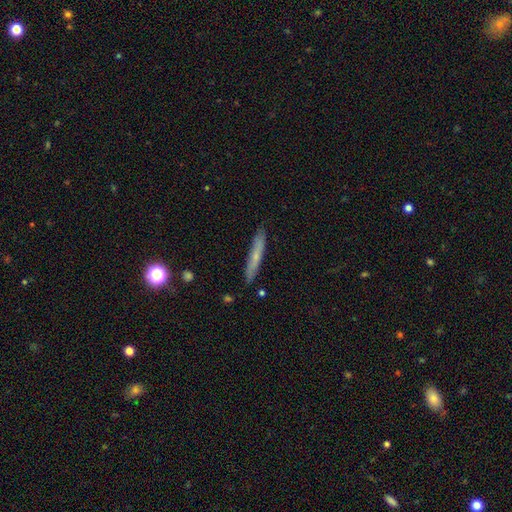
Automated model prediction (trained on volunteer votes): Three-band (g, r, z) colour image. It shows a smooth galaxy with no disk features (52%) that is cigar-shaped (94%). Merging: none (88%).